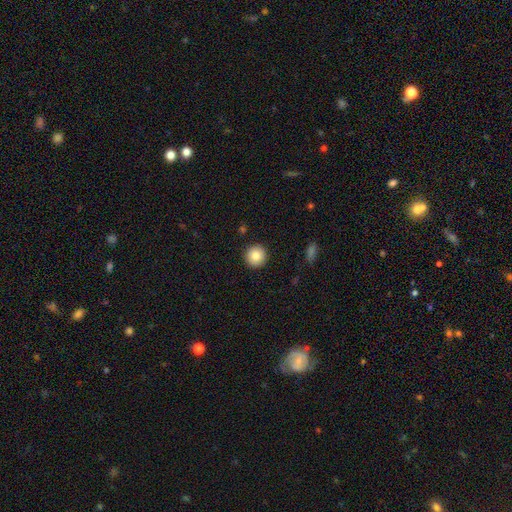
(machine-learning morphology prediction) A smooth galaxy with no disk features (85%) that is round (95%).

Vote fractions:
- Smooth or featured? smooth: 85% / star or artifact: 9% / featured or disk: 6%
- How rounded? round: 95% / in between: 4% / cigar-shaped: 1%
- Merging? none: 92% / minor disturbance: 5% / major disturbance: 2% / merger: 1%